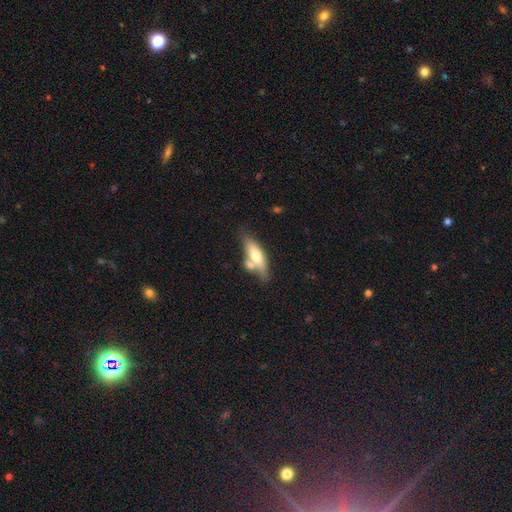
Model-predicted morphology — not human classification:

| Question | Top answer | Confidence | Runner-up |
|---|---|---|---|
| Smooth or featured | smooth | 55% | featured or disk (39%) |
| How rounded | in between | 50% | cigar-shaped (47%) |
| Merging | none | 47% | merger (32%) |